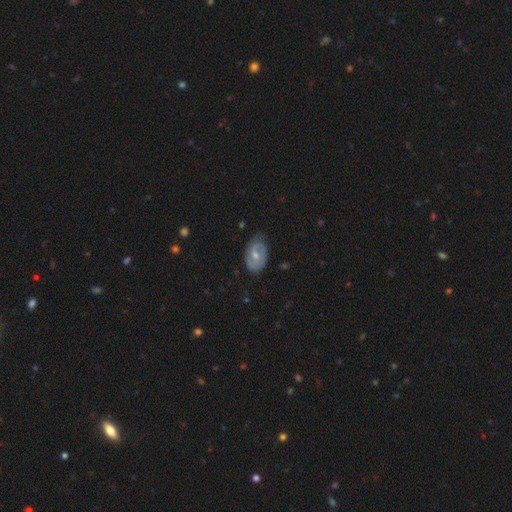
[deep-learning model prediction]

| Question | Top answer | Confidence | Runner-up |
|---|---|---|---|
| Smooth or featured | featured or disk | 58% | smooth (36%) |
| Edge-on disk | no | 95% | yes (5%) |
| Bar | no | 50% | weak (40%) |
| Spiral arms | yes | 67% | no (33%) |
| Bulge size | moderate | 60% | small (35%) |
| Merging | none | 65% | minor disturbance (27%) |